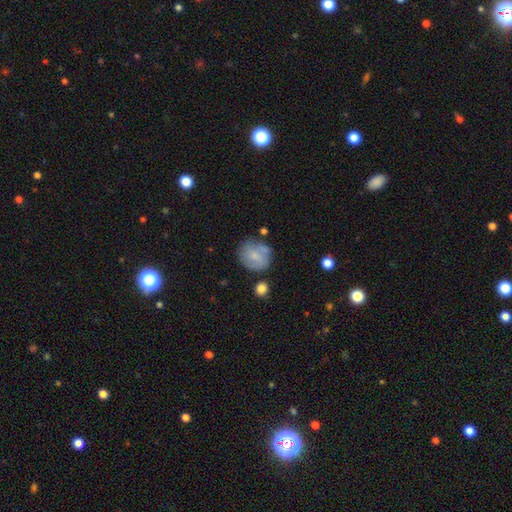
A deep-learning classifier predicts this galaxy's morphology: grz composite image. It shows a smooth galaxy with no disk features (62%) that is round (74%). Merging: none (58%).